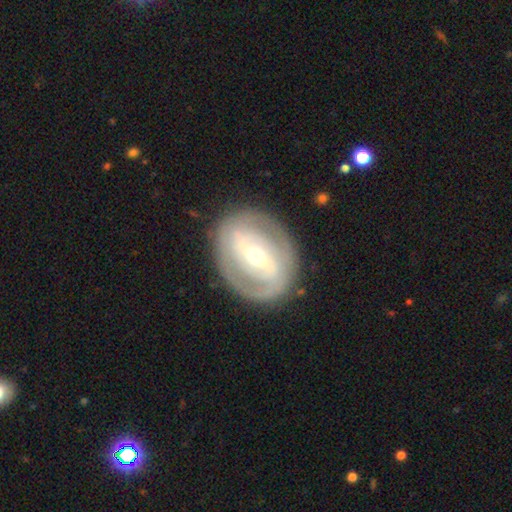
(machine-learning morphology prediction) smooth-or-featured: featured or disk: 75% | smooth: 20% | star or artifact: 5%
  disk-edge-on: no: 95% | yes: 5%
    bar: strong: 41% | weak: 37% | no: 22%
    has-spiral-arms: yes: 60% | no: 40%
    bulge-size: moderate: 61% | small: 32% | large: 5% | dominant: 1% | none: 1%
  merging: none: 83% | minor disturbance: 11% | major disturbance: 5% | merger: 1%